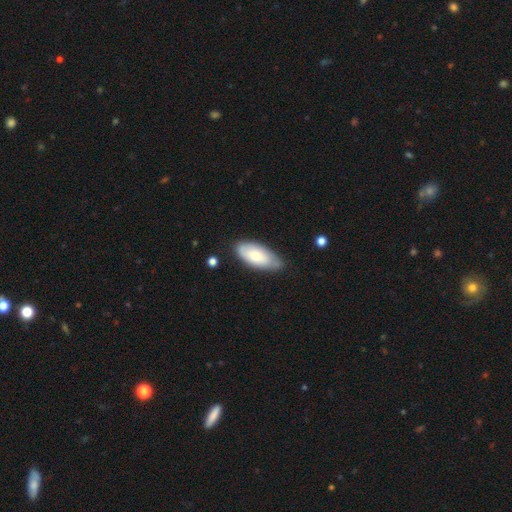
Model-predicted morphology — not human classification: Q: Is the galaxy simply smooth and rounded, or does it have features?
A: smooth — 66%.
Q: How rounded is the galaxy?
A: in between — 89%.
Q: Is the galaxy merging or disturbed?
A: none — 69%.